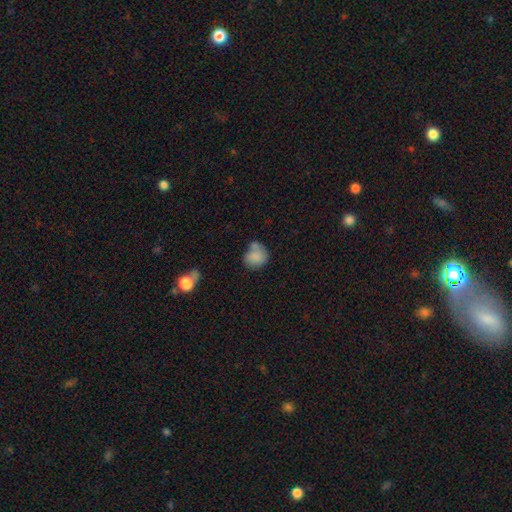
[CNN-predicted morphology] Smooth or featured? Predicted: smooth (p=0.78). How rounded? Predicted: round (p=0.72). Merging? Predicted: none (p=0.45).